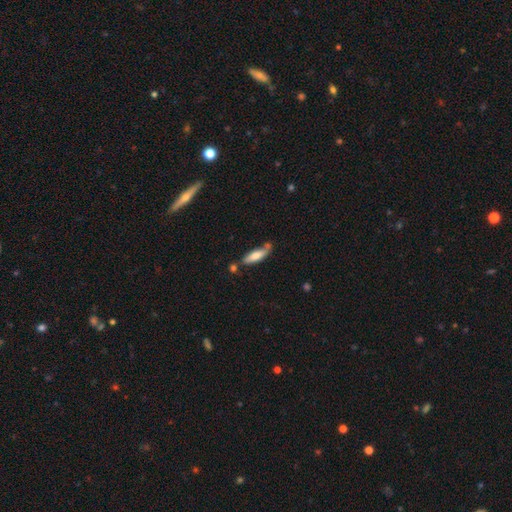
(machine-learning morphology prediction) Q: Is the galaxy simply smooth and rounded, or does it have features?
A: smooth — 70%.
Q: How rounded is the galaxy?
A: cigar-shaped — 59%.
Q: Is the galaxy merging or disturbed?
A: none — 58%.